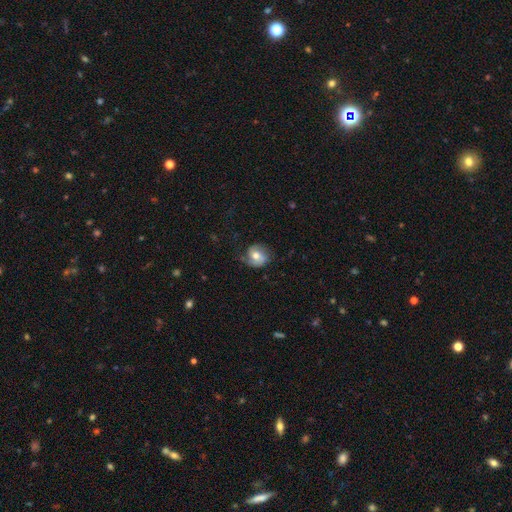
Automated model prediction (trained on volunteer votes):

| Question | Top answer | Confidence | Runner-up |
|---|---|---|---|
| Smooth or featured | featured or disk | 51% | smooth (41%) |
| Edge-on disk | no | 96% | yes (4%) |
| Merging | none | 65% | minor disturbance (23%) |